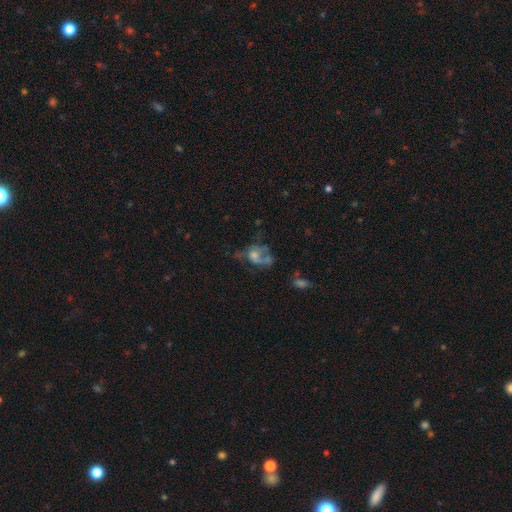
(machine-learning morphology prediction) Smooth or featured? featured or disk (53%)
Edge-on disk? no (97%)
Bar? no (84%)
Spiral arms? no (64%)
Bulge size? moderate (42%)
Merging? major disturbance (41%)